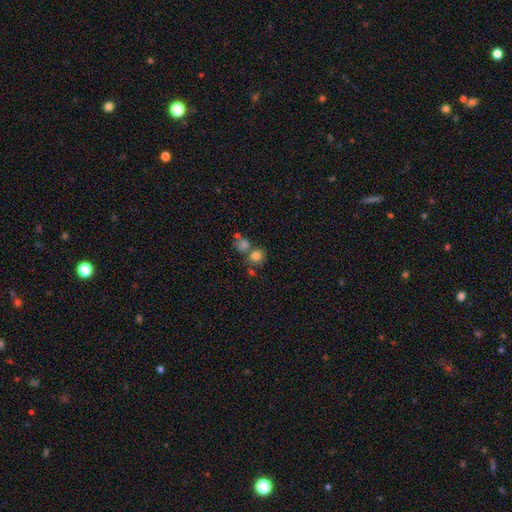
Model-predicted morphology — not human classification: This is likely a smooth galaxy (79%). How rounded: clearly round (80%). Merging: possibly none (56%).